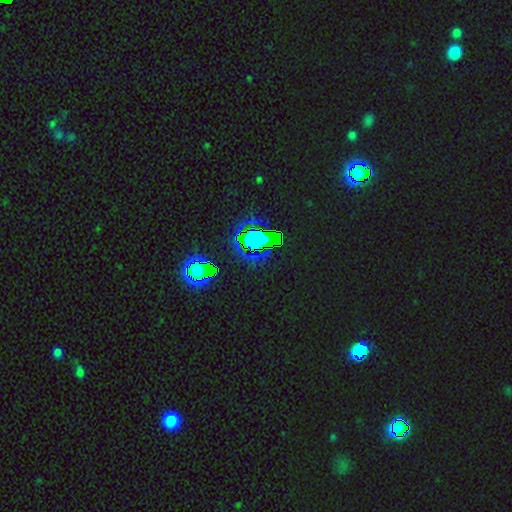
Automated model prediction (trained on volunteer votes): Morphology: type=star or artifact (81%).